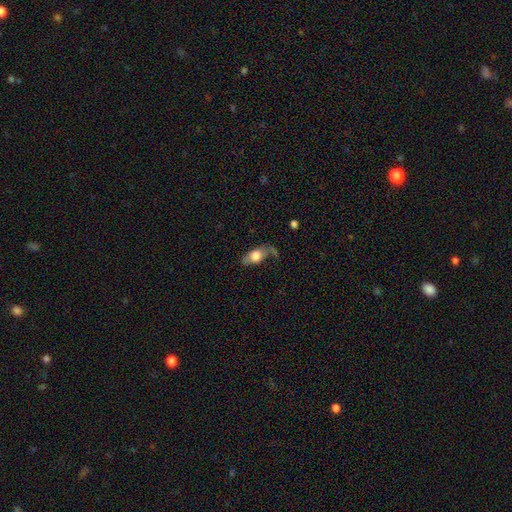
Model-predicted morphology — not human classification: A smooth galaxy with no disk features (64%) that is in between round and cigar-shaped (81%). Merging: none (49%).